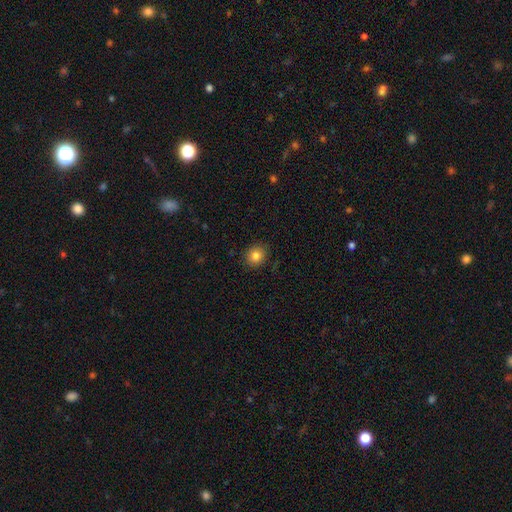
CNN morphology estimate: A smooth galaxy with no disk features (83%) that is round (77%).

Vote fractions:
- Smooth or featured? smooth: 83% / star or artifact: 11% / featured or disk: 6%
- How rounded? round: 77% / in between: 22% / cigar-shaped: 1%
- Merging? none: 89% / minor disturbance: 8% / major disturbance: 2% / merger: 1%